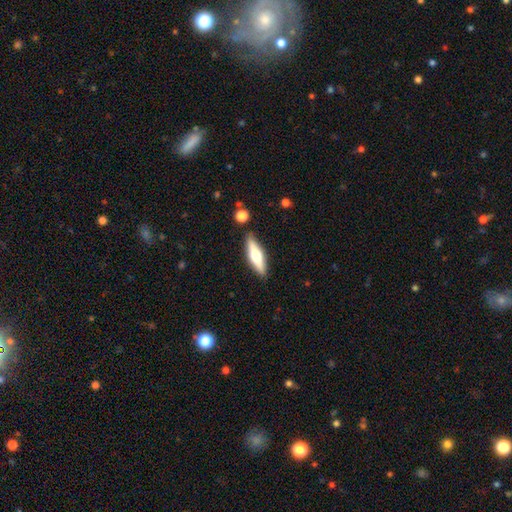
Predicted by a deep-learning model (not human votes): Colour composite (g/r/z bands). It shows a smooth galaxy with no disk features (49%). Merging: none (86%).